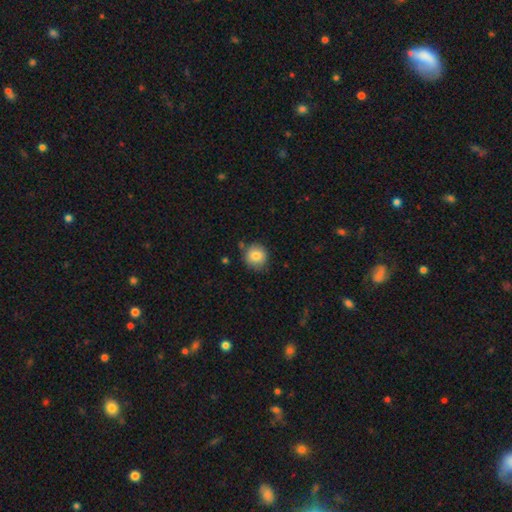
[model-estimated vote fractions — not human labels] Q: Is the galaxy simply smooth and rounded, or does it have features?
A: smooth — 84%.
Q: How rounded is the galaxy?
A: round — 90%.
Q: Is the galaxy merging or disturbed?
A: none — 79%.